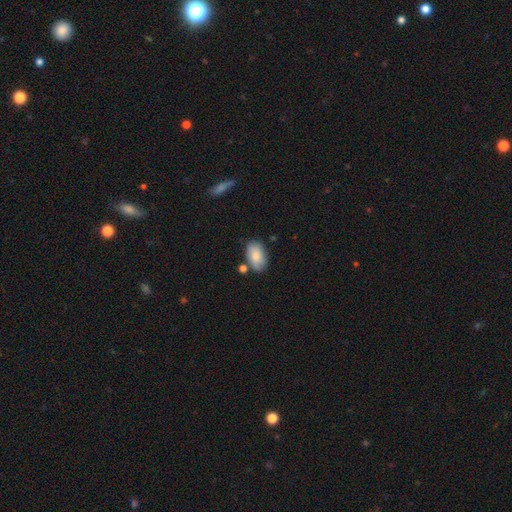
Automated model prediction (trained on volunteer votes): Smooth or featured?
  - smooth: 81% *
  - featured or disk: 12%
  - star or artifact: 7%
How rounded?
  - in between: 93% *
  - round: 6%
  - cigar-shaped: 2%
Merging?
  - none: 69% *
  - minor disturbance: 18%
  - merger: 9%
  - major disturbance: 4%